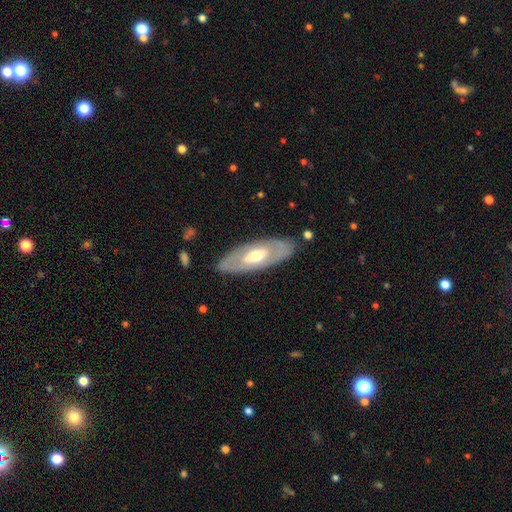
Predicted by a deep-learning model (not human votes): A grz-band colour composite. It shows a featured or disk galaxy (61%). Merging: none (85%).